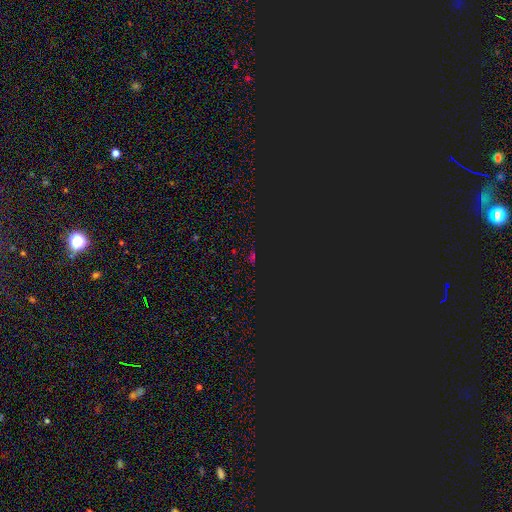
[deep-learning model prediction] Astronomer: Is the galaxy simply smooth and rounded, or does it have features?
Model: star or artifact — 76%.